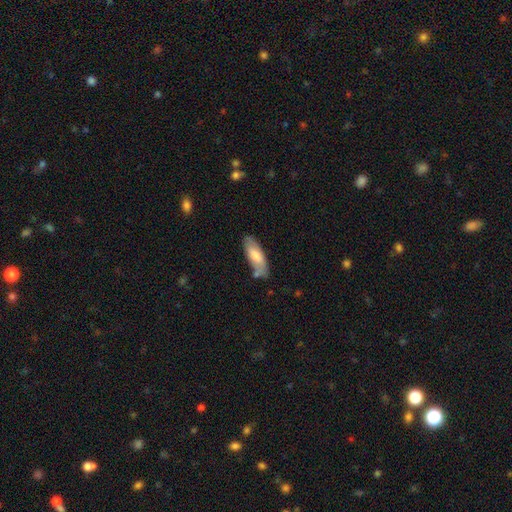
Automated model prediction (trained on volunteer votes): Overall: smooth (70%). How rounded: in between (67%; cigar-shaped 32%). Merging: none (66%).